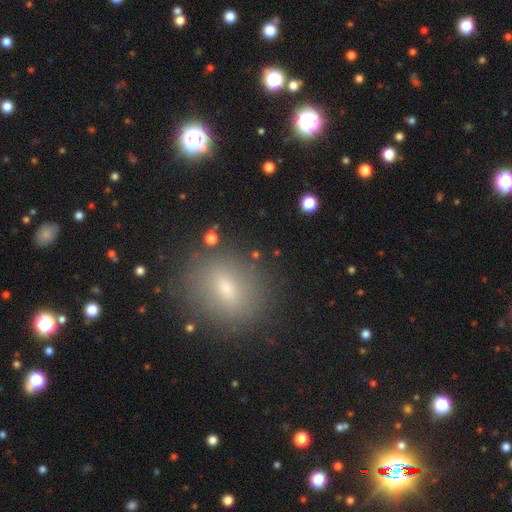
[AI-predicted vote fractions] A smooth galaxy with no disk features (64%) that is in between round and cigar-shaped (54%).

Vote fractions:
- Smooth or featured? smooth: 64% / star or artifact: 18% / featured or disk: 18%
- How rounded? in between: 54% / round: 41% / cigar-shaped: 5%
- Merging? none: 82% / minor disturbance: 10% / major disturbance: 4% / merger: 3%